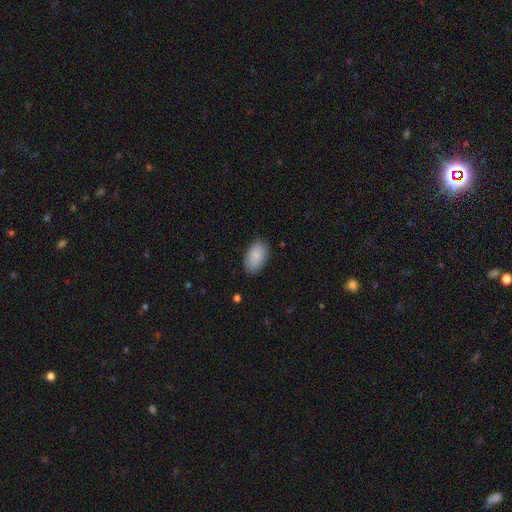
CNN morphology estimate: Smooth or featured?
  - smooth: 89% *
  - star or artifact: 6%
  - featured or disk: 5%
How rounded?
  - in between: 93% *
  - round: 5%
  - cigar-shaped: 1%
Merging?
  - none: 85% *
  - minor disturbance: 11%
  - major disturbance: 3%
  - merger: 1%